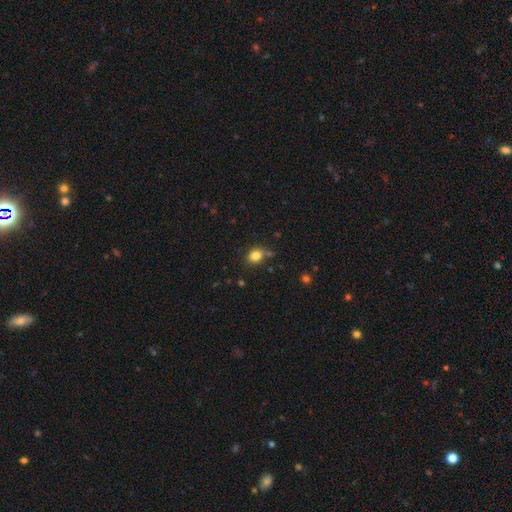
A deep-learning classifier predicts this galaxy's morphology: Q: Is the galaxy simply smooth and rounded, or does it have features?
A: smooth — 81%.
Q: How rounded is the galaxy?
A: round — 61%.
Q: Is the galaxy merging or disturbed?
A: none — 68%.